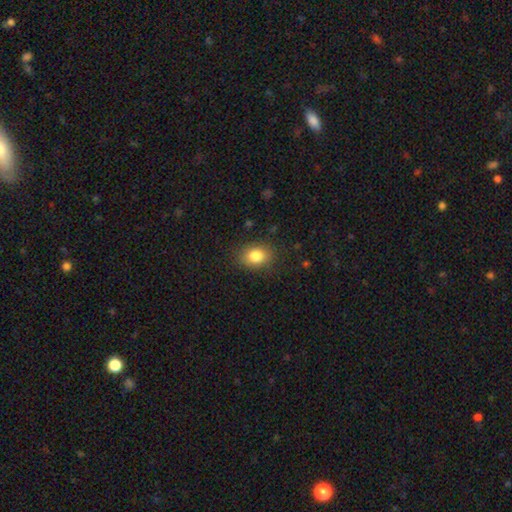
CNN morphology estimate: type=smooth (83%); roundness=in between (67%); merging=none (85%).